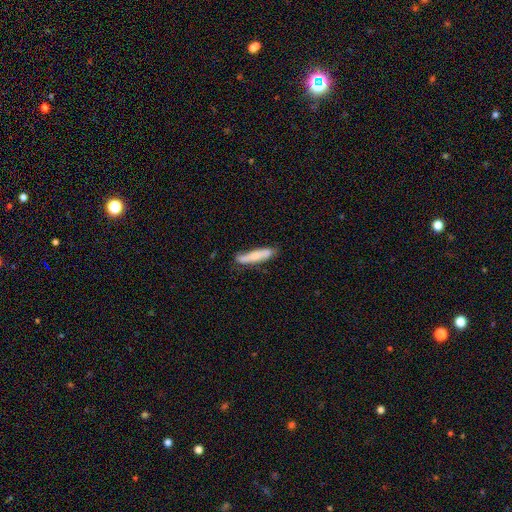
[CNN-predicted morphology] This appears to be a smooth galaxy with no disk features (69%) that is cigar-shaped (83%). Merging: none (71%).